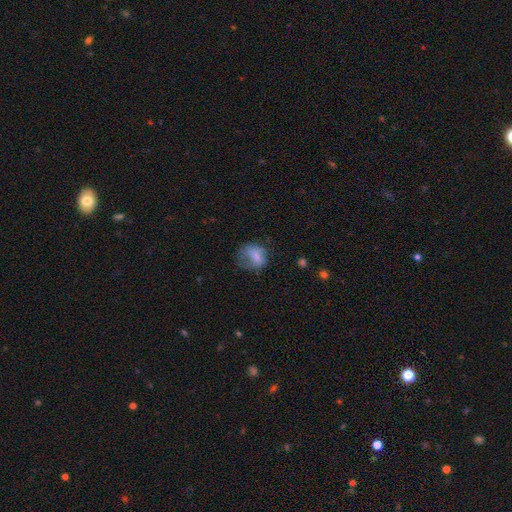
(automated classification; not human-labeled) This is likely a smooth galaxy (69%). How rounded: possibly round (53%). Merging: marginally none (43%).